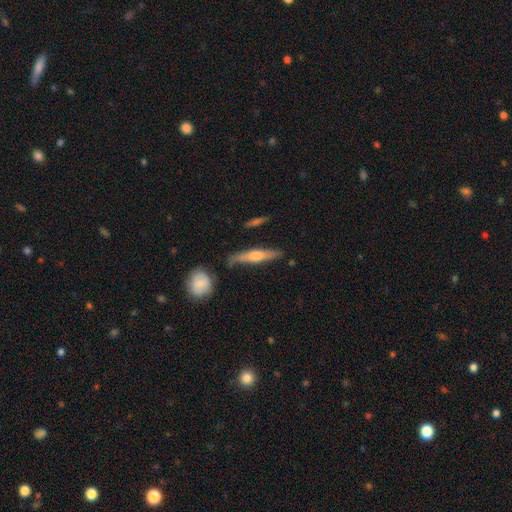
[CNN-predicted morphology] This appears to be a featured or disk galaxy (56%) viewed edge-on (93%) with a rounded central bulge (88%). Merging: none (79%).